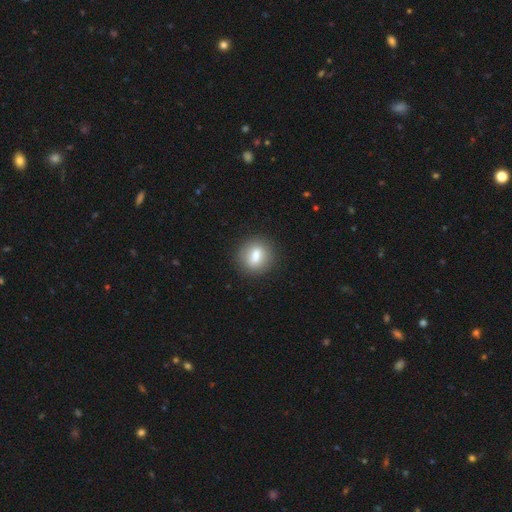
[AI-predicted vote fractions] Overall: smooth (71%). How rounded: round (72%). Merging: none (87%).